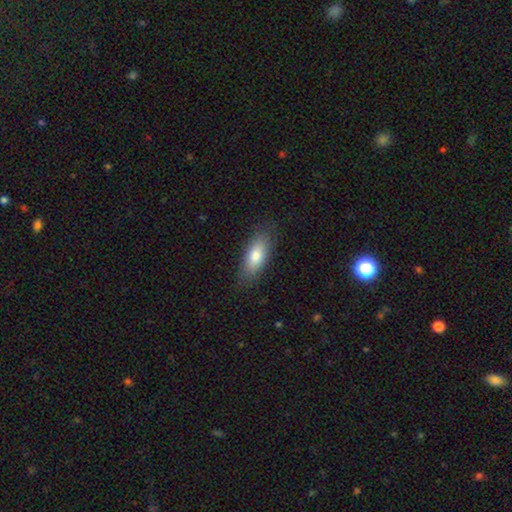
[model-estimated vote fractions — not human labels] Smooth or featured?
  - smooth: 78% *
  - featured or disk: 15%
  - star or artifact: 7%
How rounded?
  - in between: 78% *
  - cigar-shaped: 19%
  - round: 3%
Merging?
  - none: 83% *
  - minor disturbance: 13%
  - major disturbance: 3%
  - merger: 1%